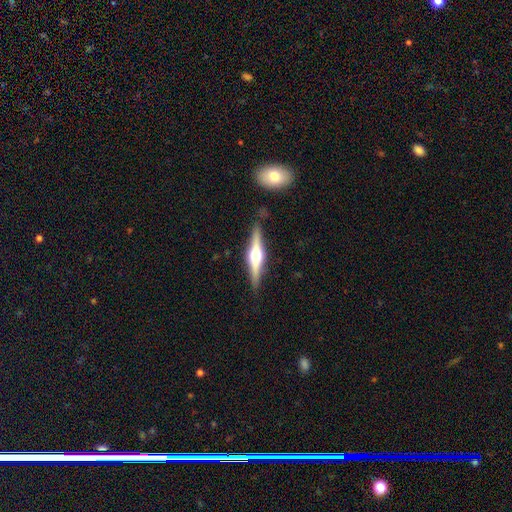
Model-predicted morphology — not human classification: A featured or disk galaxy (76%) viewed edge-on (98%) with a rounded central bulge (94%).

Vote fractions:
- Smooth or featured? featured or disk: 76% / smooth: 18% / star or artifact: 5%
- Edge-on disk? yes: 98% / no: 2%
- Edge-on bulge? rounded: 94% / boxy: 4% / none: 2%
- Merging? none: 87% / minor disturbance: 9% / merger: 2% / major disturbance: 2%